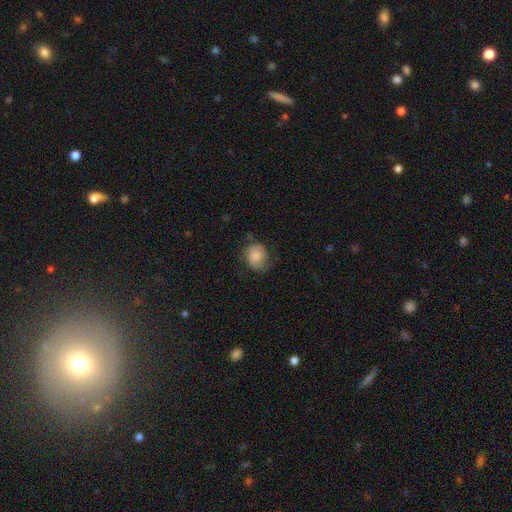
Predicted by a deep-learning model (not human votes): Morphology: type=smooth (68%); roundness=round (70%); merging=none (61%).